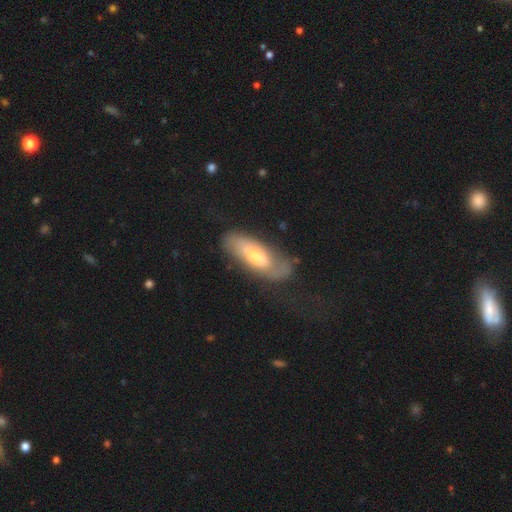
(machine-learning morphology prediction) type=smooth (52%); roundness=in between (70%); merging=none (59%).